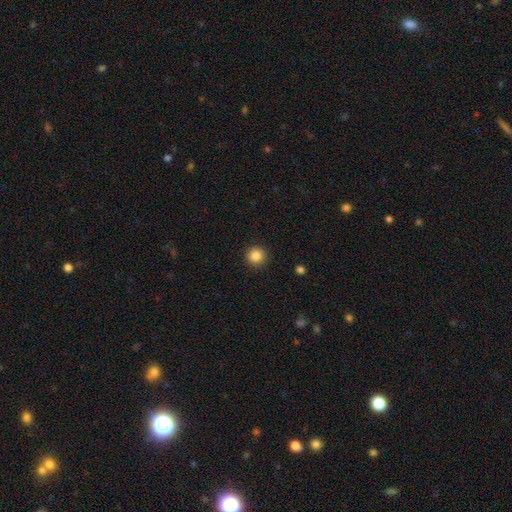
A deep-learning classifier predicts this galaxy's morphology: smooth-or-featured: smooth: 86% | star or artifact: 10% | featured or disk: 4%
  how-rounded: round: 95% | in between: 4% | cigar-shaped: 1%
  merging: none: 92% | minor disturbance: 5% | major disturbance: 2% | merger: 1%